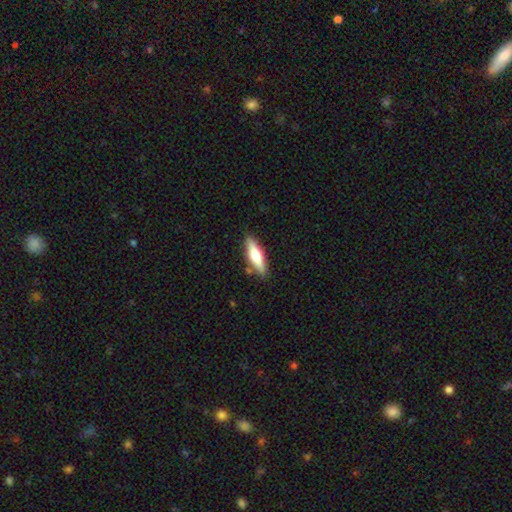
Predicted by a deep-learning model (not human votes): Overall: smooth (60%; featured or disk 34%). How rounded: cigar-shaped (63%; in between 35%). Merging: none (84%).